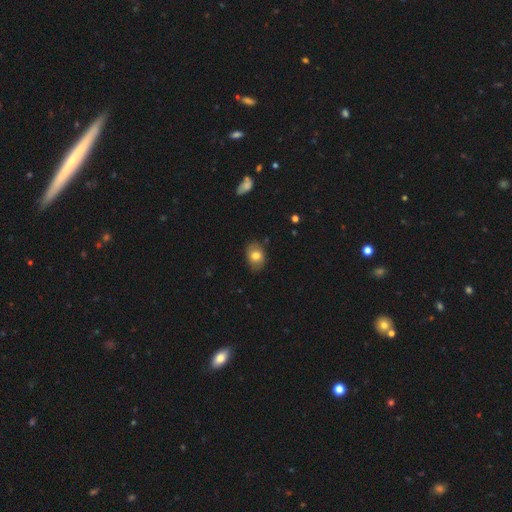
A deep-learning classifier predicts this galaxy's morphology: Smooth or featured? smooth (77%)
How rounded? in between (69%)
Merging? none (82%)